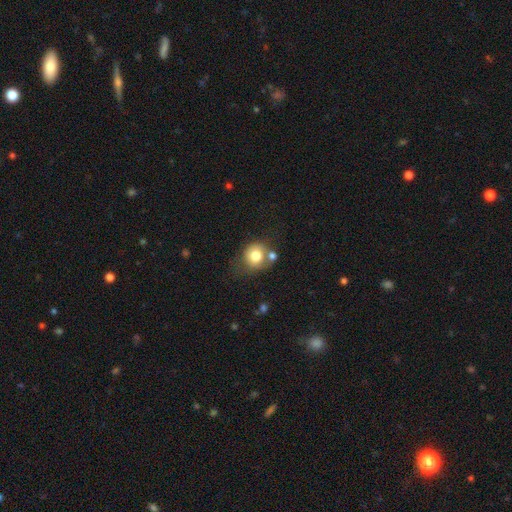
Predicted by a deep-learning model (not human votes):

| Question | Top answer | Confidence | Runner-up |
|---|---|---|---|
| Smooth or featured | smooth | 77% | featured or disk (13%) |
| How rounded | round | 80% | in between (19%) |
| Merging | none | 52% | merger (22%) |